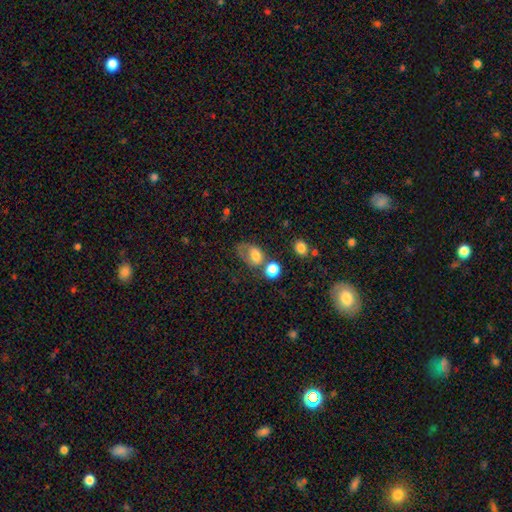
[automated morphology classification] The model was most divided on "merging": none: 30%, major disturbance: 28%, minor disturbance: 24%, merger: 19%. More confident: how rounded — in between (69%); smooth or featured — smooth (68%).